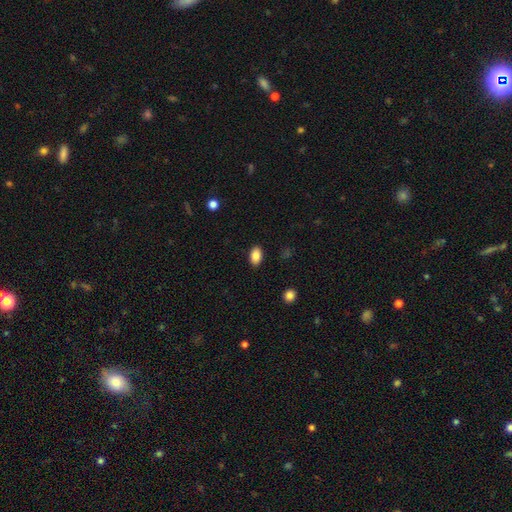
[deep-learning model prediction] Smooth or featured? smooth (86%)
How rounded? in between (90%)
Merging? none (89%)